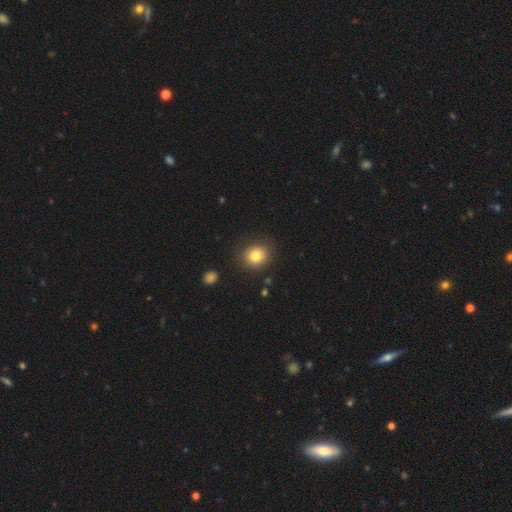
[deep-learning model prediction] This appears to be a smooth galaxy with no disk features (81%) that is round (80%). Merging: none (88%).